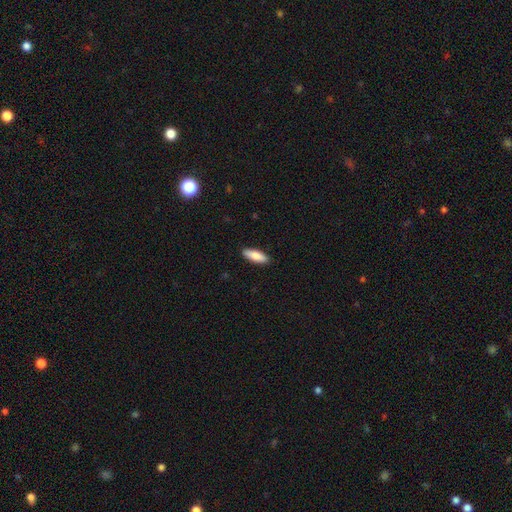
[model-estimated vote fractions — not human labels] Overall: smooth (83%). How rounded: in between (61%; cigar-shaped 37%). Merging: none (90%).